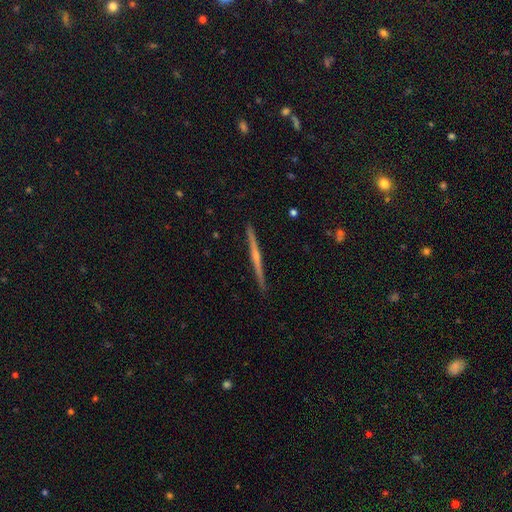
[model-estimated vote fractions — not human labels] featured or disk 79%, smooth 15%, star or artifact 6%. Down the decision tree: edge-on disk — yes (99%); edge-on bulge — rounded (72%); merging — none (92%).